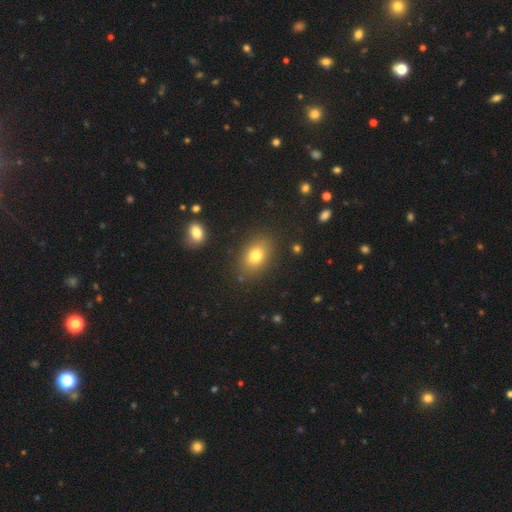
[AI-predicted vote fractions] Smooth or featured? smooth (78%)
How rounded? in between (76%)
Merging? none (84%)